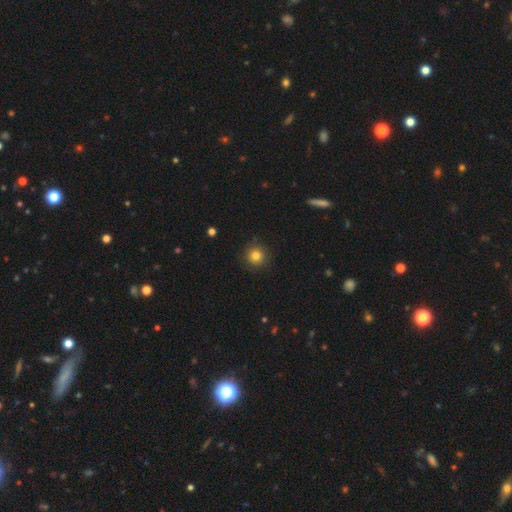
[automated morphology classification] Smooth or featured? Predicted: smooth (p=0.81). How rounded? Predicted: round (p=0.95). Merging? Predicted: none (p=0.90).